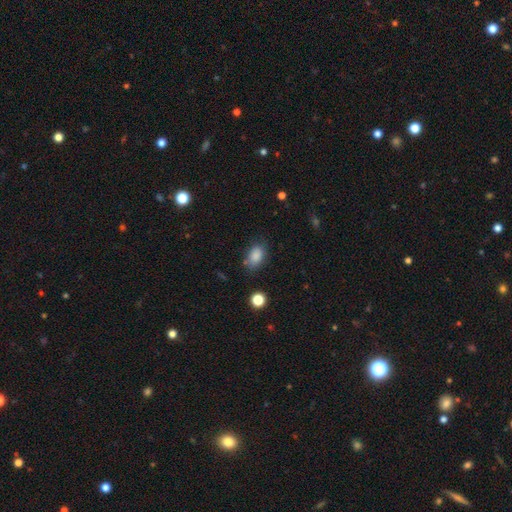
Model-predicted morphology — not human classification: Smooth or featured? Predicted: smooth (p=0.86). How rounded? Predicted: in between (p=0.86). Merging? Predicted: none (p=0.73).